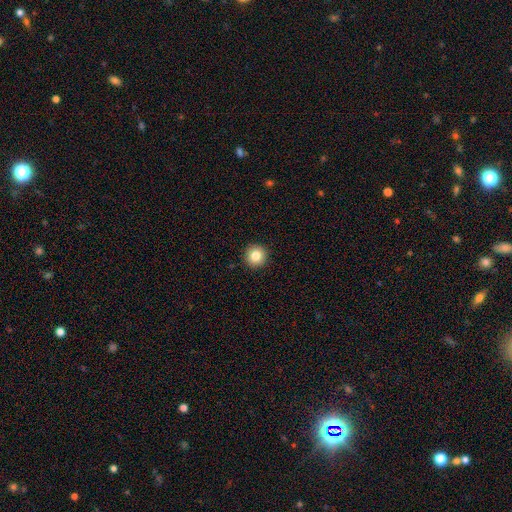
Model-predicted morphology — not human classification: Q: Smooth or featured?
A: smooth (83%); runner-up: star or artifact (10%)
Q: How rounded?
A: round (95%); runner-up: in between (4%)
Q: Merging?
A: none (93%); runner-up: minor disturbance (5%)